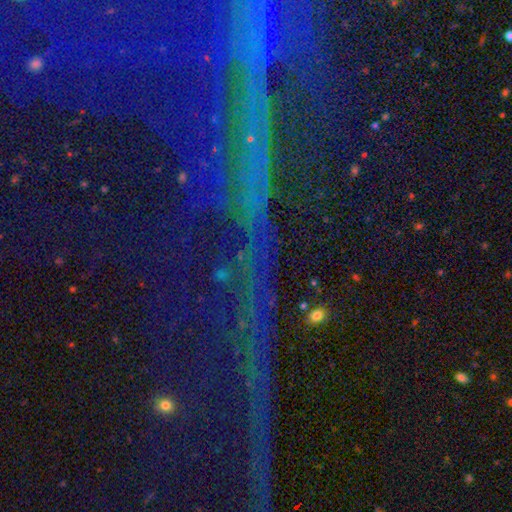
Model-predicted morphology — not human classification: Smooth or featured? Predicted: star or artifact (p=0.83).